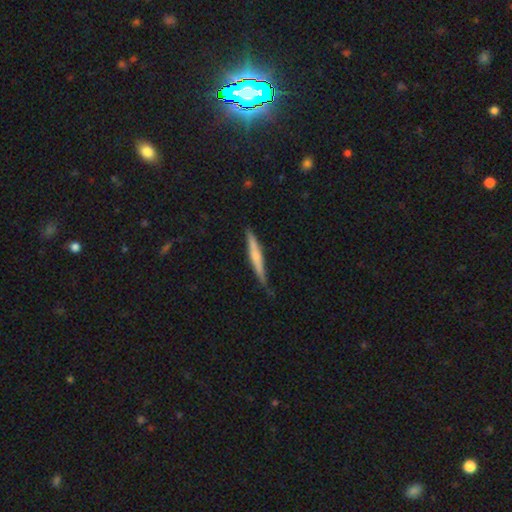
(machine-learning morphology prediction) Q: Smooth or featured?
A: smooth (51%); runner-up: featured or disk (44%)
Q: How rounded?
A: cigar-shaped (94%); runner-up: in between (4%)
Q: Merging?
A: none (73%); runner-up: minor disturbance (22%)